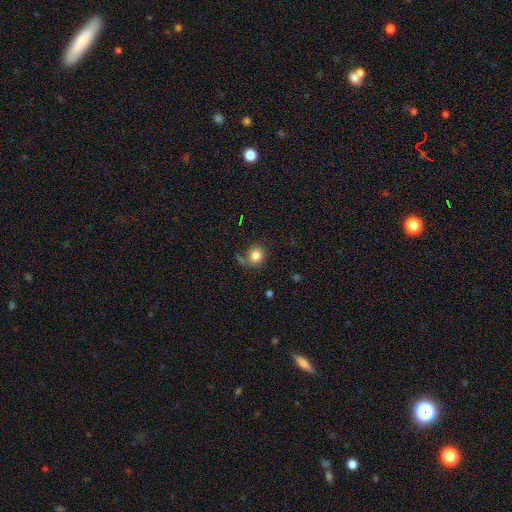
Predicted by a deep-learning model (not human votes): This is clearly a smooth galaxy (82%). How rounded: clearly round (81%). Merging: likely none (68%).